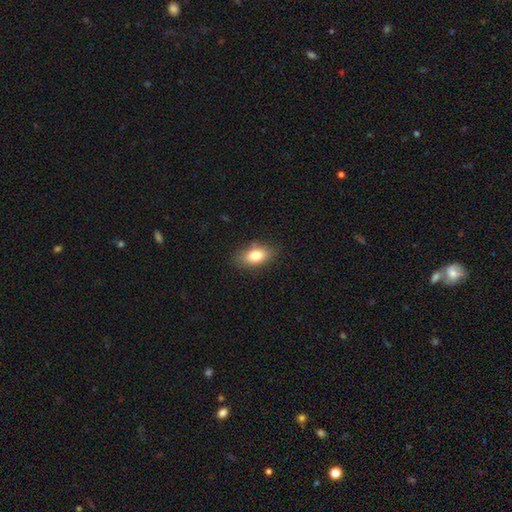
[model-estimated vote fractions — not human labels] smooth-or-featured: smooth: 81% | featured or disk: 11% | star or artifact: 8%
  how-rounded: in between: 88% | round: 8% | cigar-shaped: 4%
  merging: none: 81% | minor disturbance: 14% | major disturbance: 3% | merger: 2%